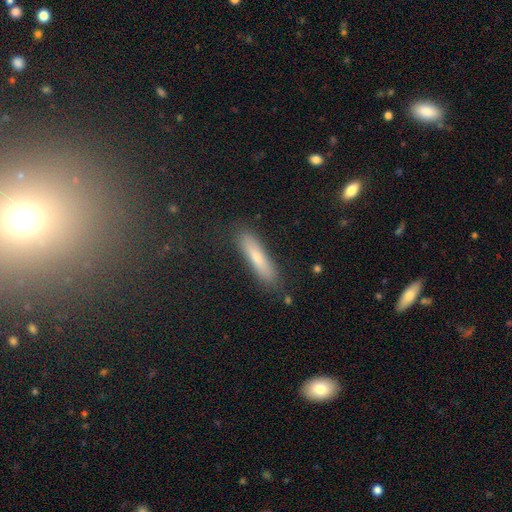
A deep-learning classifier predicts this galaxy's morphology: This appears to be a smooth galaxy with no disk features (71%) that is cigar-shaped (84%). Merging: none (85%).